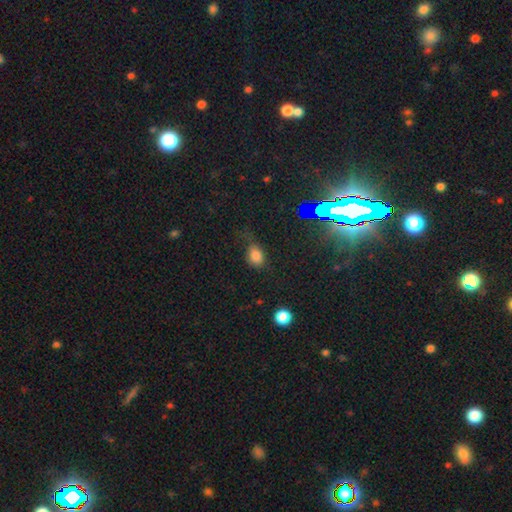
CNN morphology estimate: Smooth or featured?
  - smooth: 78% *
  - star or artifact: 15%
  - featured or disk: 7%
How rounded?
  - in between: 62% *
  - round: 36%
  - cigar-shaped: 2%
Merging?
  - none: 54% *
  - minor disturbance: 28%
  - major disturbance: 15%
  - merger: 3%